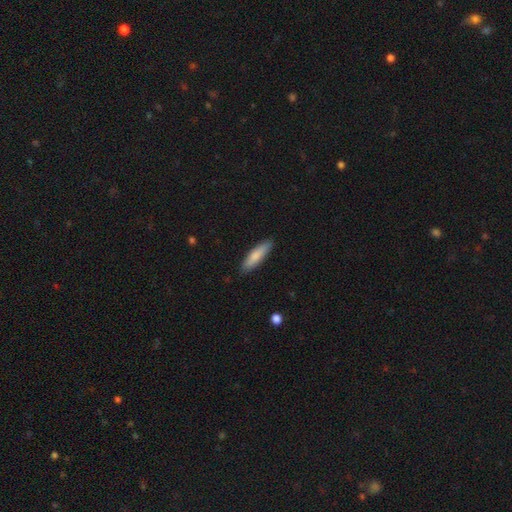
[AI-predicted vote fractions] Smooth or featured?
  - smooth: 80% *
  - featured or disk: 14%
  - star or artifact: 5%
How rounded?
  - cigar-shaped: 70% *
  - in between: 28%
  - round: 1%
Merging?
  - none: 87% *
  - minor disturbance: 10%
  - major disturbance: 2%
  - merger: 1%